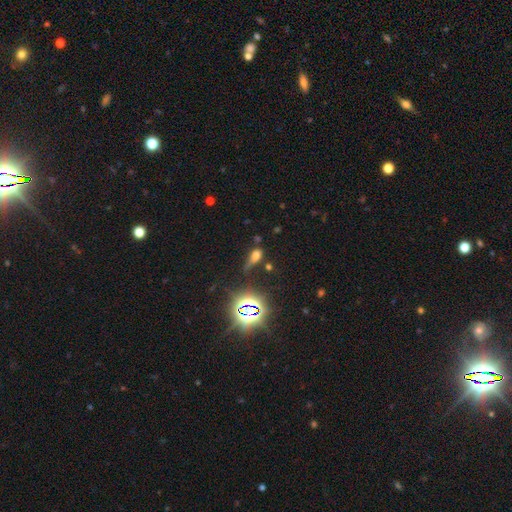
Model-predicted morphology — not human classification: Smooth or featured?
  - smooth: 52% *
  - star or artifact: 31%
  - featured or disk: 17%
How rounded?
  - in between: 67% *
  - cigar-shaped: 17%
  - round: 16%
Merging?
  - none: 42% *
  - minor disturbance: 24%
  - major disturbance: 22%
  - merger: 12%